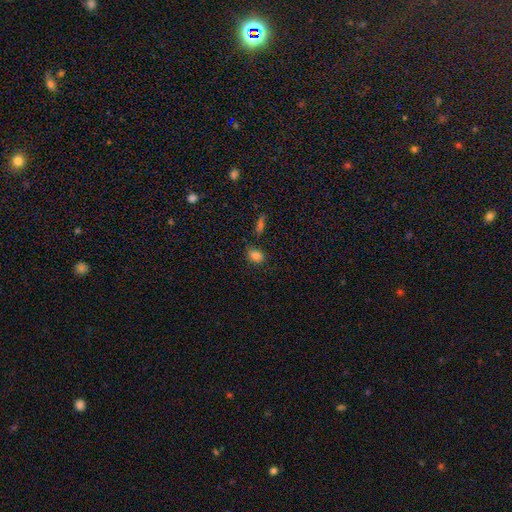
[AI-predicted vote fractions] This is clearly a smooth galaxy (84%). How rounded: likely in between (69%). Merging: clearly none (80%).